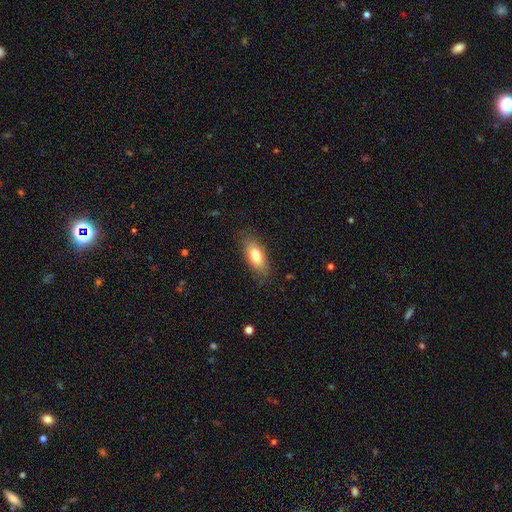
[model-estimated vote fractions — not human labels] Overall: smooth (77%). How rounded: in between (80%). Merging: none (81%).